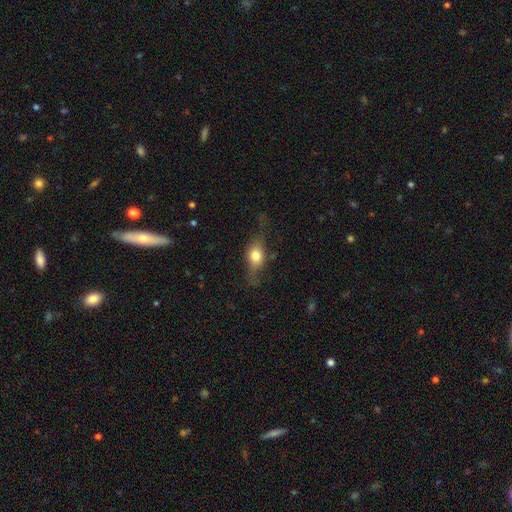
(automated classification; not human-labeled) smooth_or_featured: smooth (p=0.64) [alt: featured or disk p=0.27]
how_rounded: in between (p=0.65) [alt: round p=0.23]
merging: none (p=0.56) [alt: minor disturbance p=0.27]